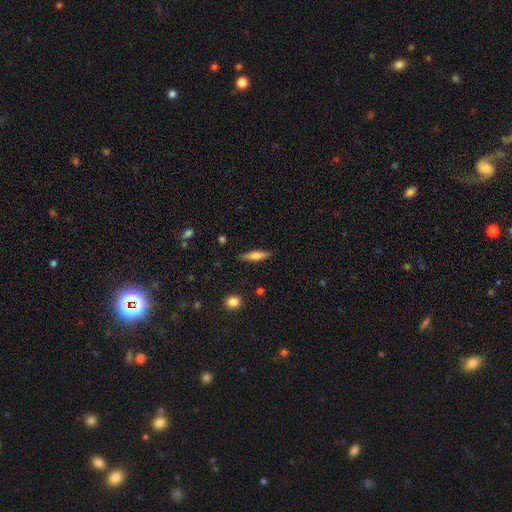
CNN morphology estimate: Smooth or featured: smooth — 68% (featured or disk — 26%)
How rounded: cigar-shaped — 71% (in between — 27%)
Merging: none — 86% (minor disturbance — 10%)